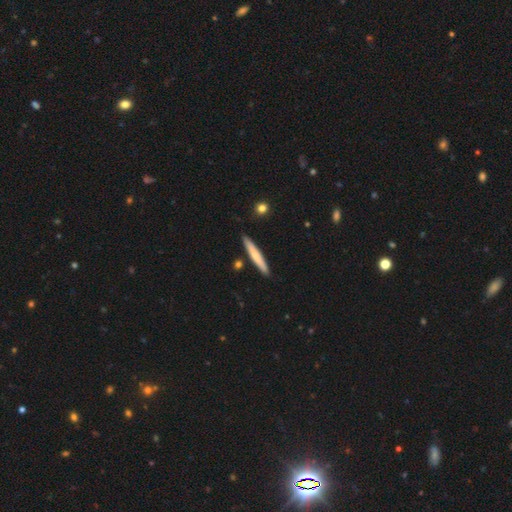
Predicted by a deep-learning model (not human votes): Morphology: type=smooth (63%); roundness=cigar-shaped (95%); merging=none (88%).